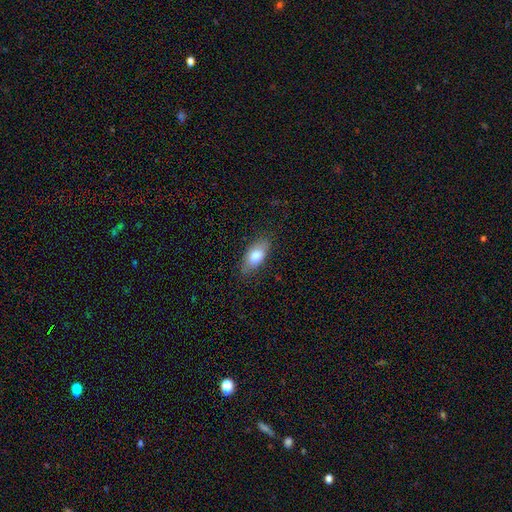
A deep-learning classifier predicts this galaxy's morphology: Overall: smooth (80%). How rounded: in between (88%). Merging: none (80%).